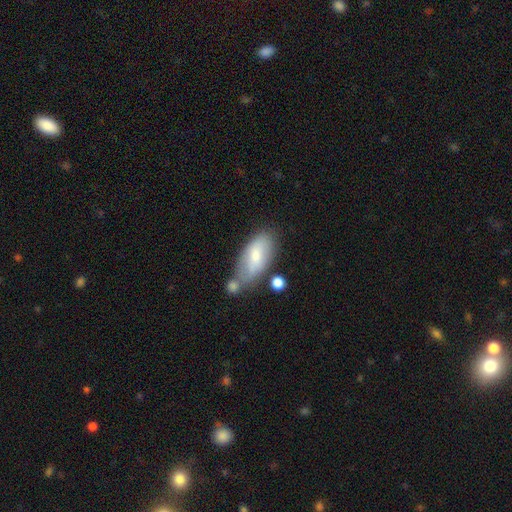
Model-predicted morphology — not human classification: This appears to be a smooth galaxy with no disk features (66%) that is in between round and cigar-shaped (86%). Merging: none (50%).